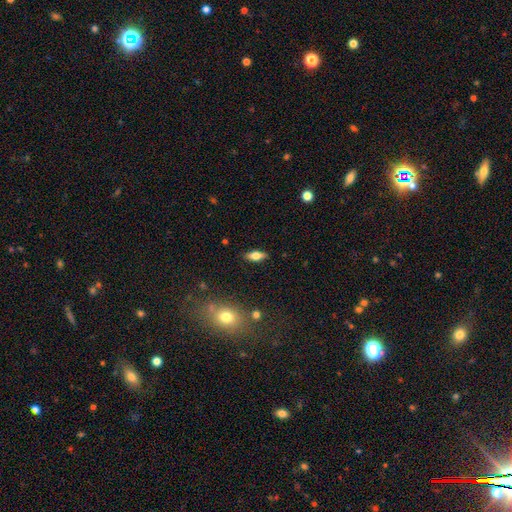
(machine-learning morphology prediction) Q: Smooth or featured?
A: smooth (60%); runner-up: featured or disk (32%)
Q: How rounded?
A: in between (74%); runner-up: cigar-shaped (22%)
Q: Merging?
A: none (87%); runner-up: minor disturbance (9%)